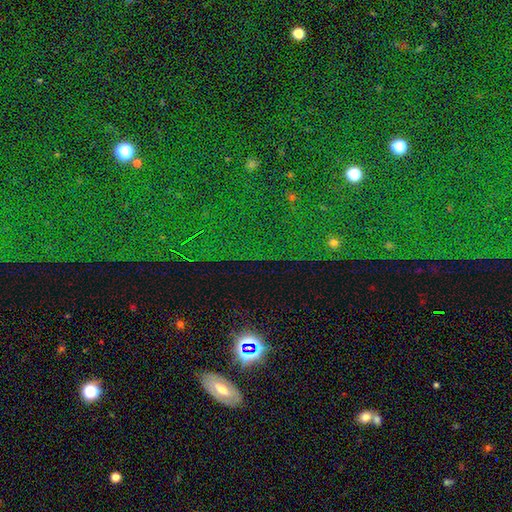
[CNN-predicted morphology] smooth_or_featured: star or artifact (p=0.78) [alt: smooth p=0.12]